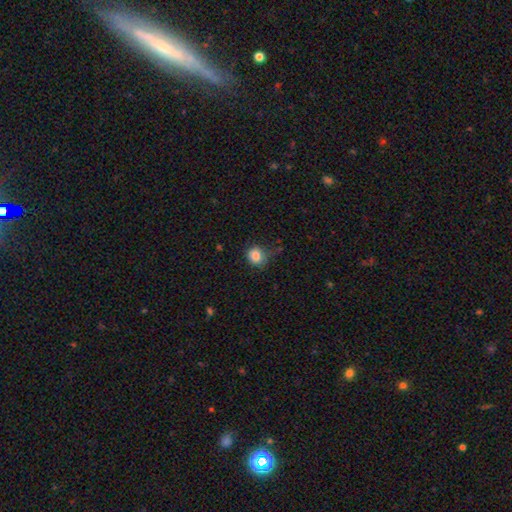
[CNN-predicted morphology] A smooth galaxy with no disk features (84%) that is round (78%). Merging: none (67%).